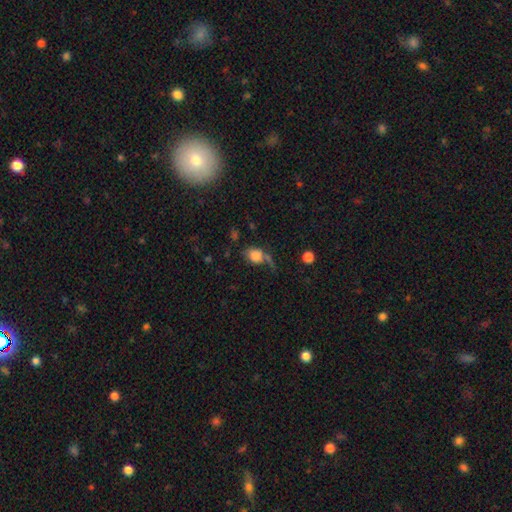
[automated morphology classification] The model was most divided on "how rounded": in between: 50%, round: 49%, cigar-shaped: 2%. Remaining: smooth or featured — smooth (81%); merging — none (44%).